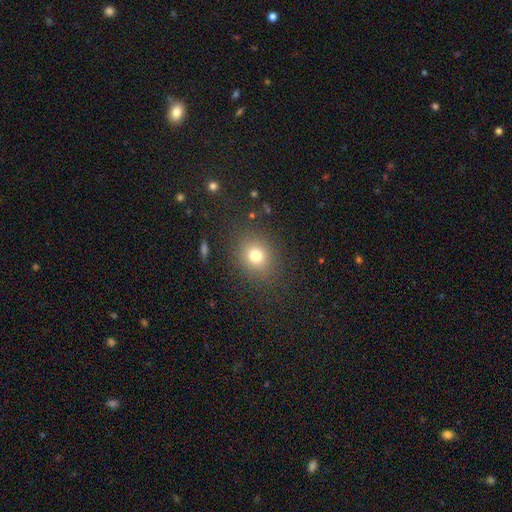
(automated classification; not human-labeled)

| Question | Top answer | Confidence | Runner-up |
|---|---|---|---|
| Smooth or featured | smooth | 76% | star or artifact (15%) |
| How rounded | round | 71% | in between (28%) |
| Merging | none | 86% | minor disturbance (9%) |